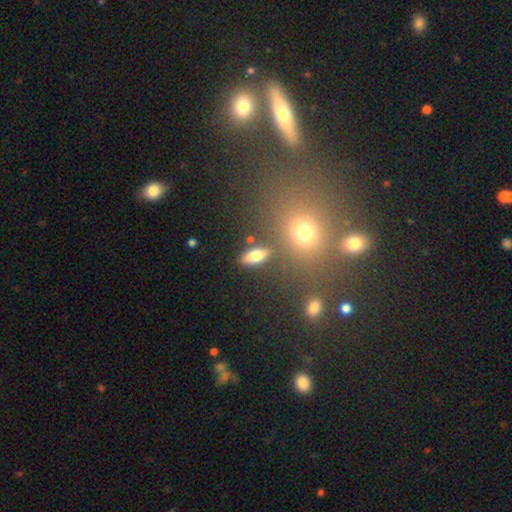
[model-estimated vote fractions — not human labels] A smooth galaxy with no disk features (66%) that is in between round and cigar-shaped (71%). Merging: none (81%).